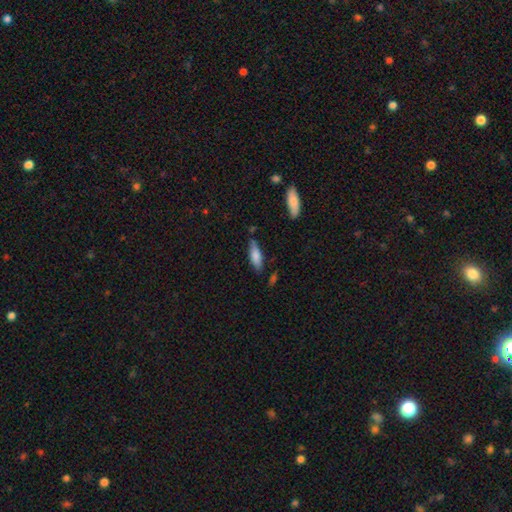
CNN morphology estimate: Smooth or featured? smooth (76%)
How rounded? in between (51%)
Merging? none (71%)